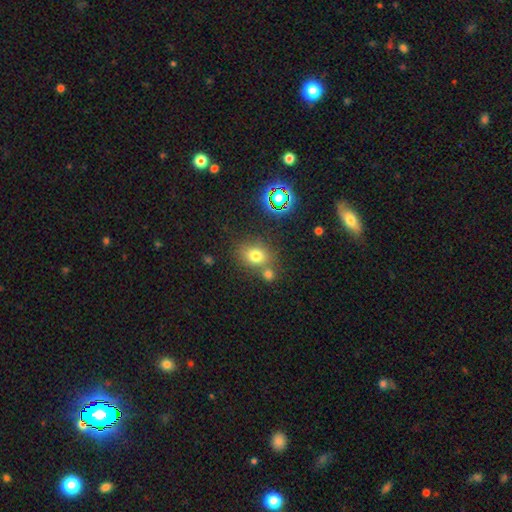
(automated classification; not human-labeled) smooth_or_featured: smooth (p=0.71) [alt: star or artifact p=0.19]
how_rounded: round (p=0.54) [alt: in between p=0.44]
merging: none (p=0.63) [alt: merger p=0.21]